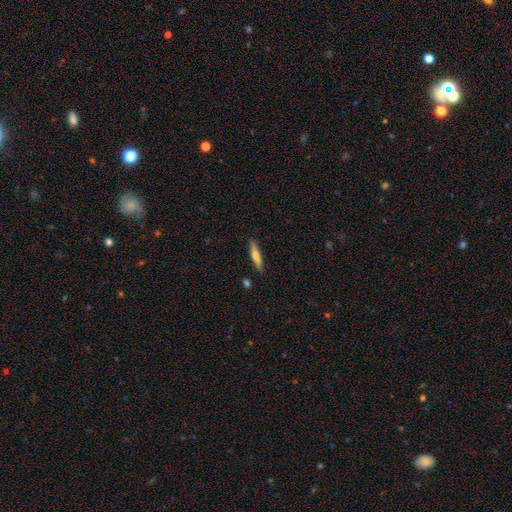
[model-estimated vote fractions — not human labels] smooth 56%, featured or disk 38%, star or artifact 6%. Down the decision tree: how rounded — cigar-shaped (86%); merging — none (88%).